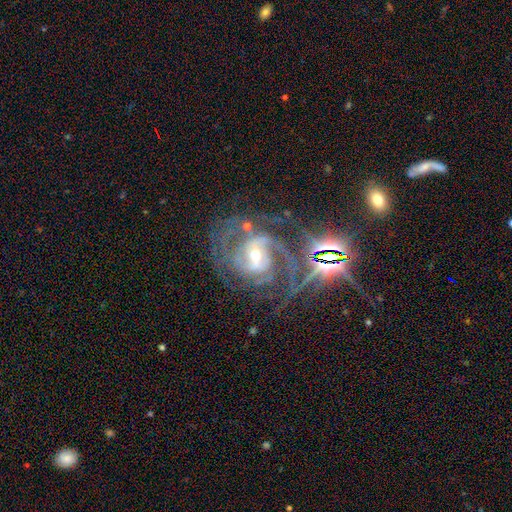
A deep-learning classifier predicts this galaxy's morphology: Smooth or featured: featured or disk — 86% (star or artifact — 10%)
Edge-on disk: no — 97% (yes — 3%)
Bar: weak — 41% (strong — 31%)
Spiral arms: yes — 97% (no — 3%)
Spiral winding: medium — 46% (tight — 43%)
Spiral arm count: 2 — 37% (3 — 24%)
Bulge size: small — 50% (moderate — 45%)
Merging: none — 59% (major disturbance — 20%)